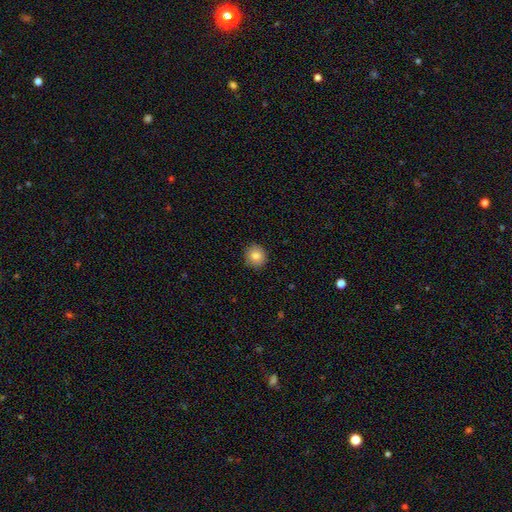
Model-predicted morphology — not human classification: This is clearly a smooth galaxy (83%). How rounded: clearly round (90%). Merging: clearly none (90%).